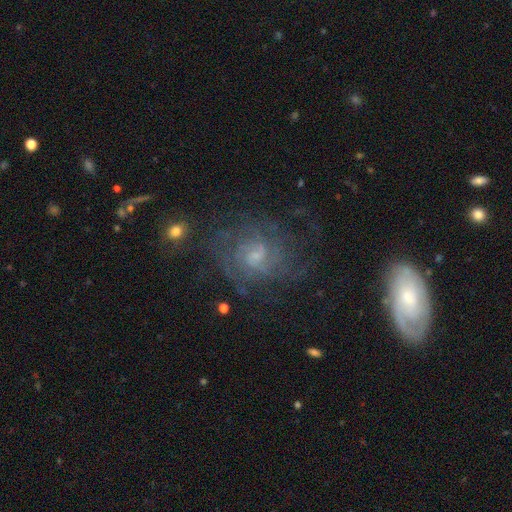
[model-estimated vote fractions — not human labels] The model was most divided on "bar" (2-way tie): no: 46%, weak: 46%, strong: 8%. Remaining: edge-on disk — no (97%); spiral arms — yes (89%); smooth or featured — featured or disk (74%); merging — none (67%); bulge size — small (53%); spiral winding — tight (52%); spiral arm count — can't tell (48%).